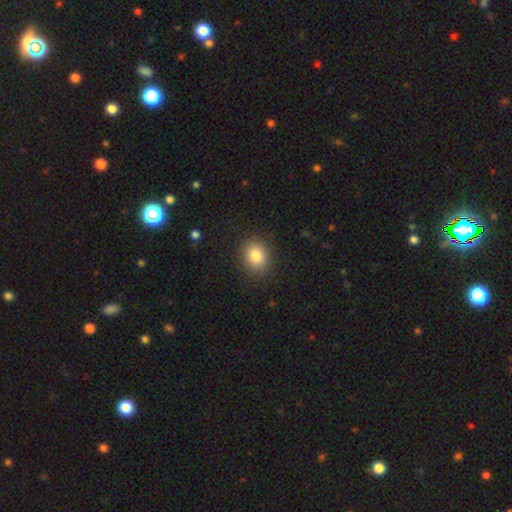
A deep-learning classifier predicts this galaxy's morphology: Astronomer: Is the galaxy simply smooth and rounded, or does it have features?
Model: smooth — 84%.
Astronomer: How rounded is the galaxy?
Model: round — 50% (runner-up: in between, 49%).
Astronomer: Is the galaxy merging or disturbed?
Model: none — 87%.